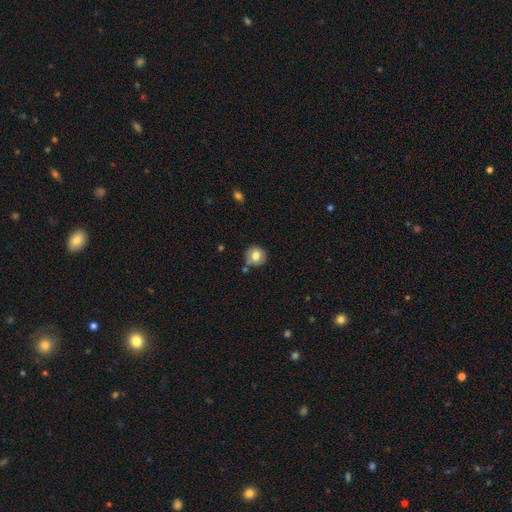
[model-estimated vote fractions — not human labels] Overall: smooth (77%). How rounded: round (90%). Merging: none (77%).